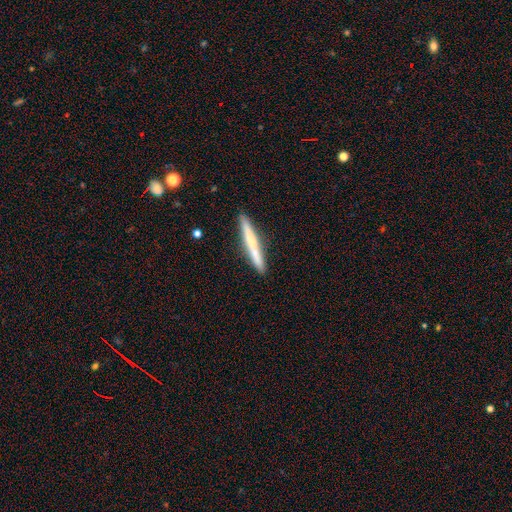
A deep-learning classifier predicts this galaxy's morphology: smooth_or_featured: smooth (p=0.55) [alt: featured or disk p=0.39]
how_rounded: cigar-shaped (p=0.95) [alt: in between p=0.04]
merging: none (p=0.86) [alt: minor disturbance p=0.09]